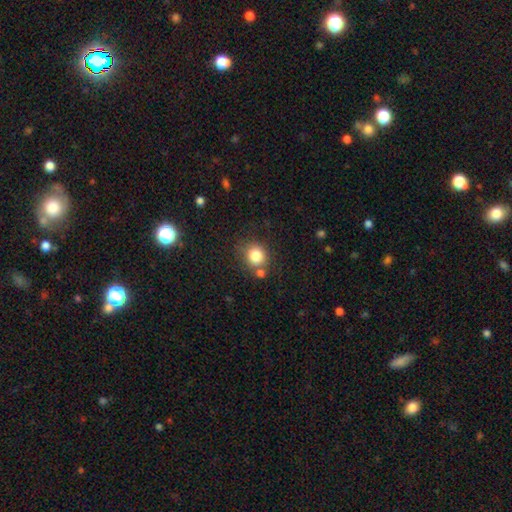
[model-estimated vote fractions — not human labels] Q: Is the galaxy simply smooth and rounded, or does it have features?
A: smooth — 82%.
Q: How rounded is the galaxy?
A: round — 82%.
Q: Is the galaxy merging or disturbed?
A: none — 71%.